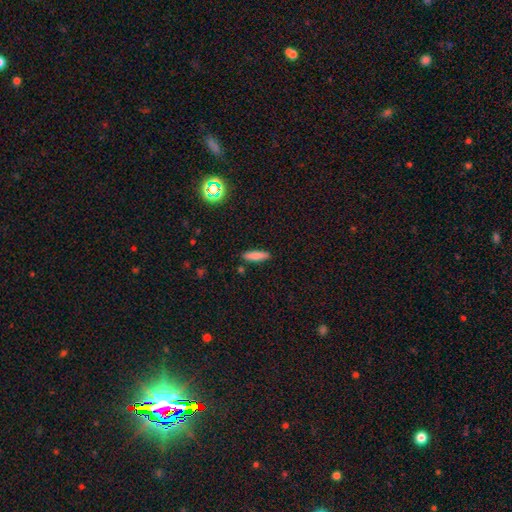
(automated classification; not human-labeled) Smooth or featured? Predicted: smooth (p=0.82). How rounded? Predicted: cigar-shaped (p=0.70). Merging? Predicted: none (p=0.87).